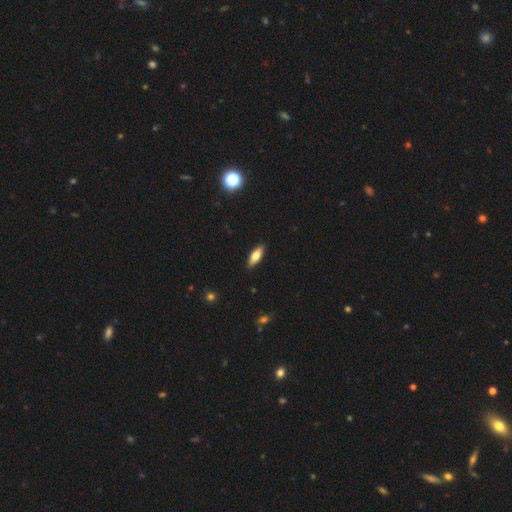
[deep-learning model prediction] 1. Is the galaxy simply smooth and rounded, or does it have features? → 71% smooth, 22% featured or disk, 7% star or artifact.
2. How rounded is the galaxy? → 65% in between, 32% cigar-shaped, 2% round.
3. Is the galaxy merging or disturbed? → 89% none, 8% minor disturbance, 2% major disturbance, 1% merger.